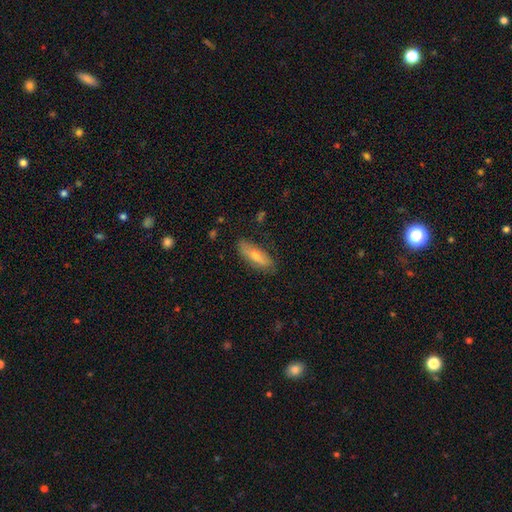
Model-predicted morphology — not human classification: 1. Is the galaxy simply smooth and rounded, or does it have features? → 62% smooth, 30% featured or disk, 7% star or artifact.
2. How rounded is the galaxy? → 51% in between, 47% cigar-shaped, 2% round.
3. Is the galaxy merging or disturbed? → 82% none, 14% minor disturbance, 3% major disturbance, 1% merger.